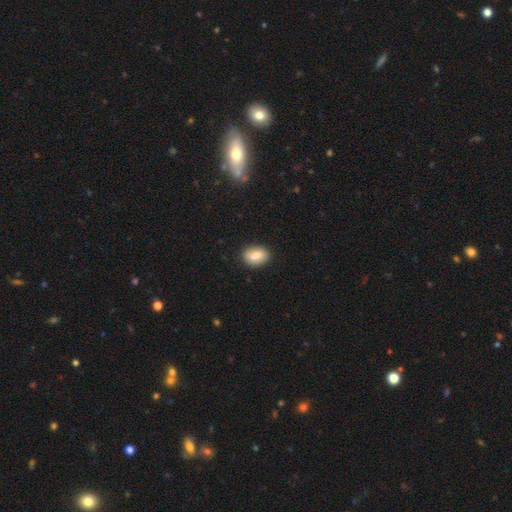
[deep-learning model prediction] A smooth galaxy with no disk features (78%) that is in between round and cigar-shaped (77%).

Vote fractions:
- Smooth or featured? smooth: 78% / featured or disk: 15% / star or artifact: 7%
- How rounded? in between: 77% / round: 21% / cigar-shaped: 2%
- Merging? none: 84% / minor disturbance: 12% / major disturbance: 3% / merger: 1%